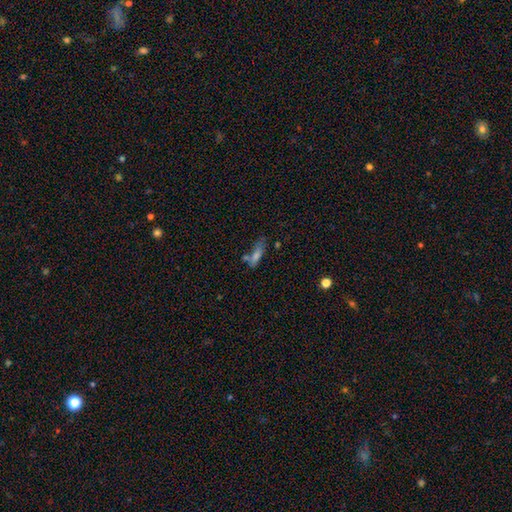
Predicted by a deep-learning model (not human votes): A smooth galaxy with no disk features (71%) that is cigar-shaped (49%).

Vote fractions:
- Smooth or featured? smooth: 71% / featured or disk: 19% / star or artifact: 10%
- How rounded? cigar-shaped: 49% / in between: 48% / round: 3%
- Merging? none: 43% / merger: 25% / minor disturbance: 21% / major disturbance: 11%